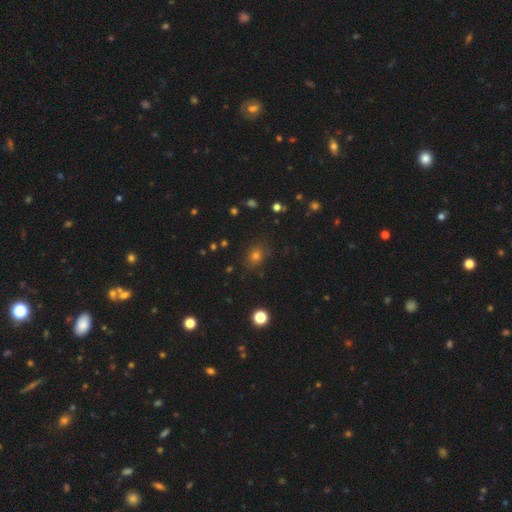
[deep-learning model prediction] Smooth or featured? smooth (68%)
How rounded? round (59%)
Merging? none (83%)